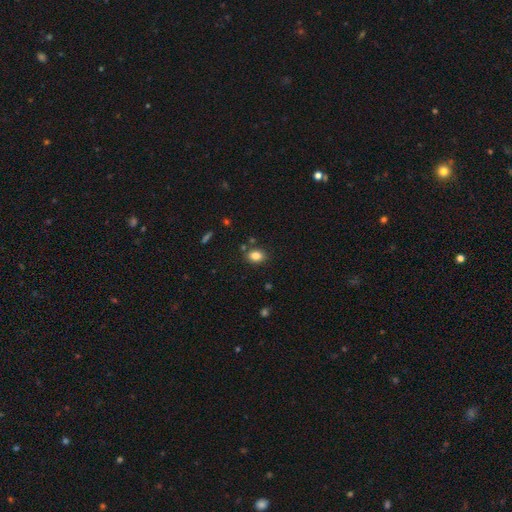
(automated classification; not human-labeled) A smooth galaxy with no disk features (82%) that is in between round and cigar-shaped (61%). Merging: none (82%).